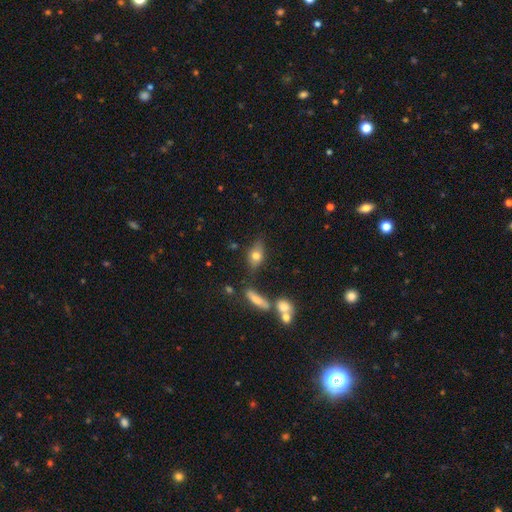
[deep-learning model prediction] A smooth galaxy with no disk features (70%) that is in between round and cigar-shaped (76%).

Vote fractions:
- Smooth or featured? smooth: 70% / featured or disk: 20% / star or artifact: 10%
- How rounded? in between: 76% / round: 13% / cigar-shaped: 11%
- Merging? none: 65% / minor disturbance: 19% / merger: 9% / major disturbance: 7%